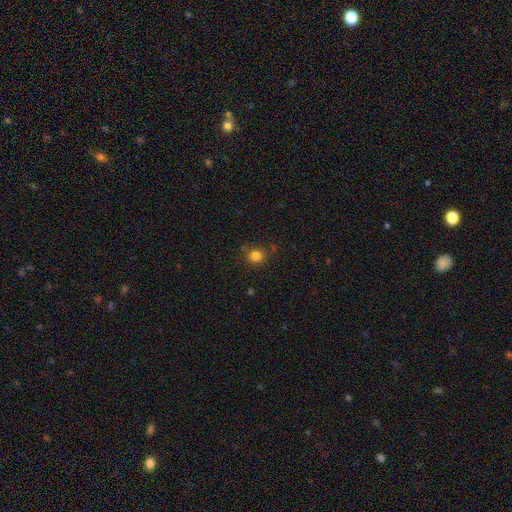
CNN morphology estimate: Q: Smooth or featured?
A: smooth (81%); runner-up: star or artifact (14%)
Q: How rounded?
A: round (90%); runner-up: in between (9%)
Q: Merging?
A: none (82%); runner-up: minor disturbance (11%)